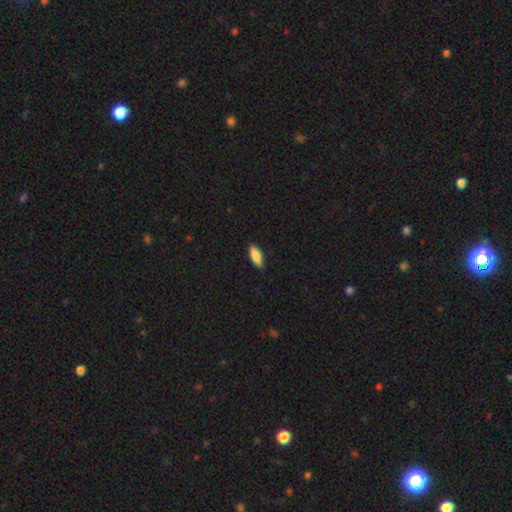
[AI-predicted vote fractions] Smooth or featured: smooth — 85% (featured or disk — 9%)
How rounded: in between — 76% (cigar-shaped — 22%)
Merging: none — 85% (minor disturbance — 12%)